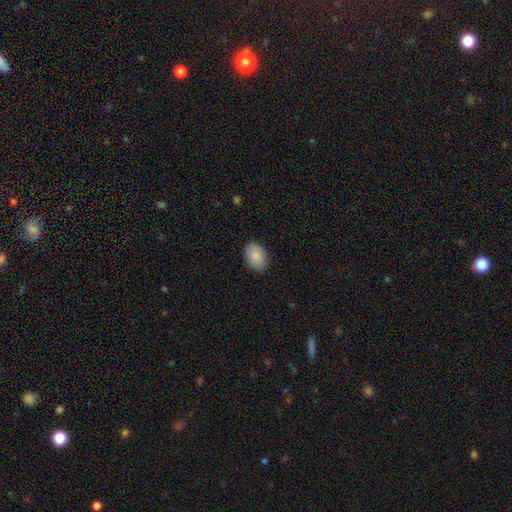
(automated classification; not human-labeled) smooth 86%, featured or disk 7%, star or artifact 6%. Down the decision tree: how rounded — in between (82%); merging — none (87%).